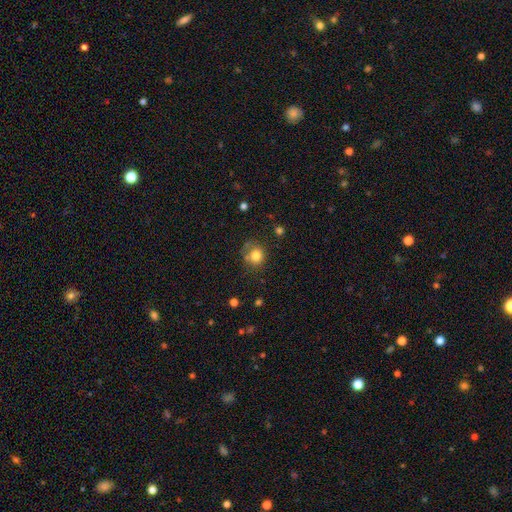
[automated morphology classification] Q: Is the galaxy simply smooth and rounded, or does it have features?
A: smooth — 80%.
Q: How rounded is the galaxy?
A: round — 80%.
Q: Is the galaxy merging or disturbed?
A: none — 62%.